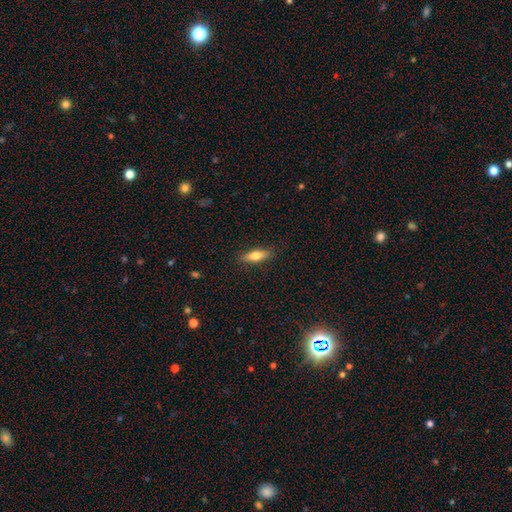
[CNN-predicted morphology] smooth 67%, featured or disk 26%, star or artifact 7%. Down the decision tree: how rounded — in between (50%); merging — none (88%).